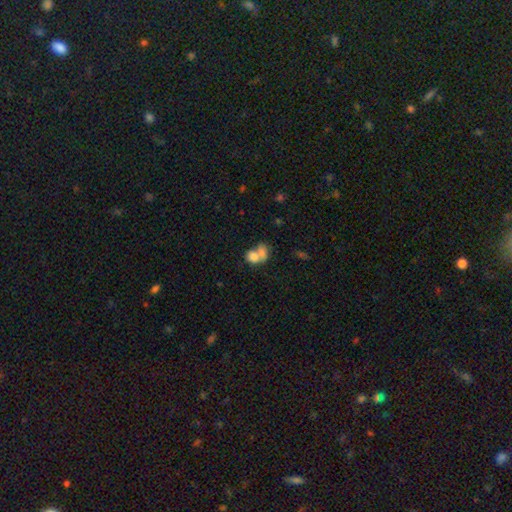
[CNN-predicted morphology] Smooth or featured: smooth — 74% (featured or disk — 17%)
How rounded: in between — 60% (round — 38%)
Merging: merger — 70% (none — 18%)